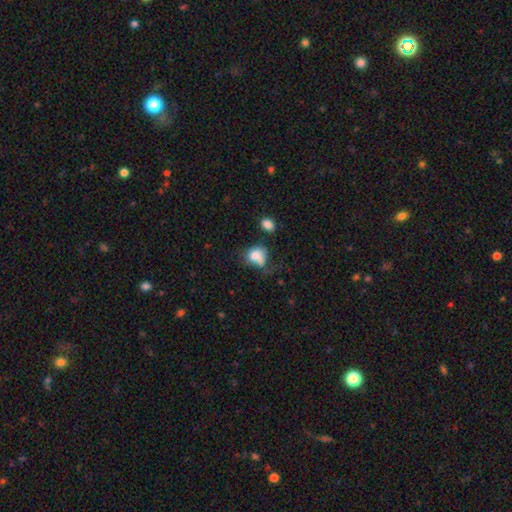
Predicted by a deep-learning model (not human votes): Overall: smooth (73%). How rounded: in between (50%; round 48%). Merging: none (28%; merger 27%).